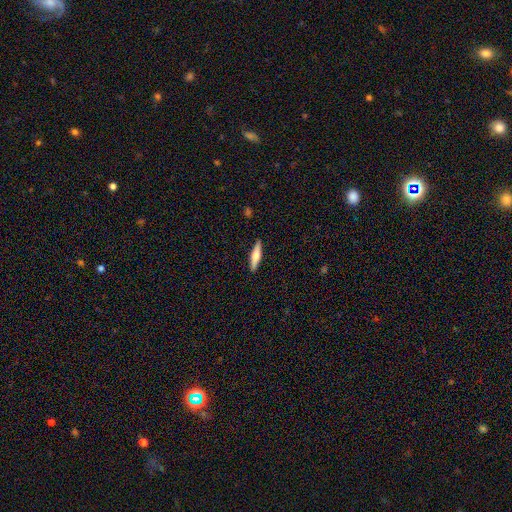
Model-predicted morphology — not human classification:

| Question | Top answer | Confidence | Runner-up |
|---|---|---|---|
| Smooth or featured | smooth | 53% | featured or disk (41%) |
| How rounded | cigar-shaped | 78% | in between (20%) |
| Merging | none | 90% | minor disturbance (7%) |